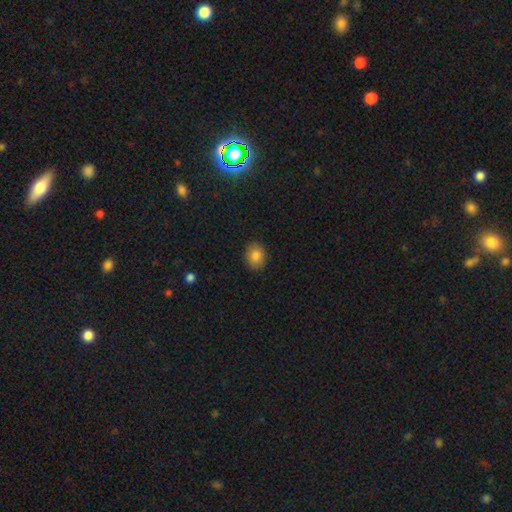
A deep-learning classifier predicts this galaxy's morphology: smooth 83%, star or artifact 9%, featured or disk 8%. Down the decision tree: how rounded — round (54%); merging — none (89%).